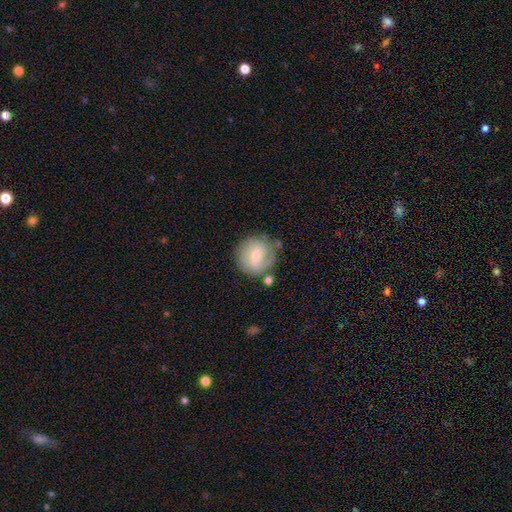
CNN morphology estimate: Smooth or featured: featured or disk — 64% (smooth — 29%)
Edge-on disk: no — 97% (yes — 3%)
Bar: weak — 53% (no — 34%)
Spiral arms: yes — 88% (no — 12%)
Spiral winding: tight — 43% (medium — 40%)
Spiral arm count: 2 — 57% (can't tell — 20%)
Bulge size: moderate — 51% (small — 44%)
Merging: none — 72% (minor disturbance — 16%)